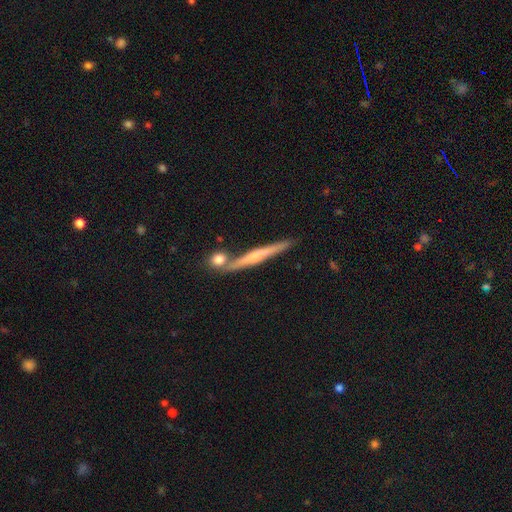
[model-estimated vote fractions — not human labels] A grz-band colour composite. It shows a featured or disk galaxy (63%) viewed edge-on (97%) with a rounded central bulge (60%). Merging: none (77%).